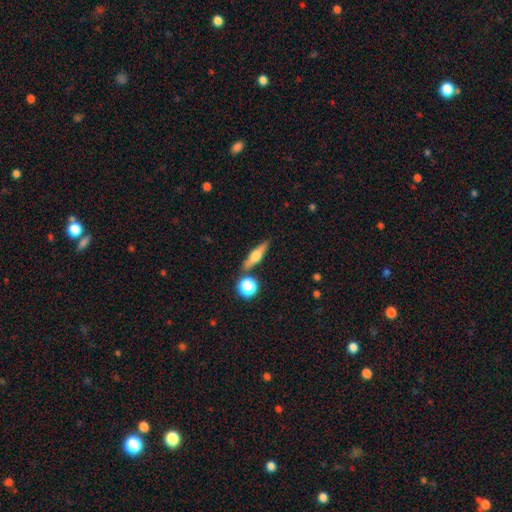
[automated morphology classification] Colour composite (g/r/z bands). It shows a featured or disk galaxy (48%). Merging: none (80%).